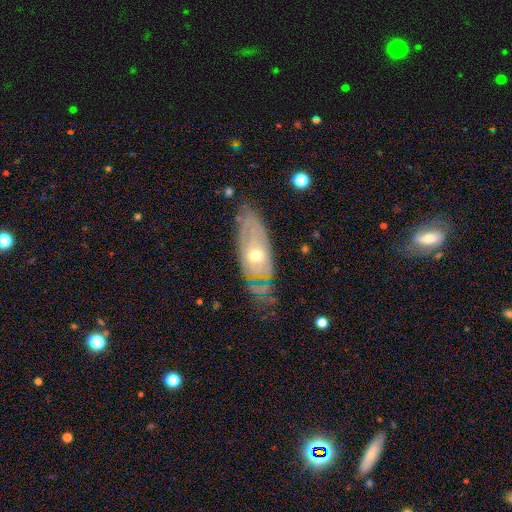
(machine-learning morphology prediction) featured or disk 53%, smooth 38%, star or artifact 9%. Down the decision tree: edge-on disk — no (79%); merging — none (60%).